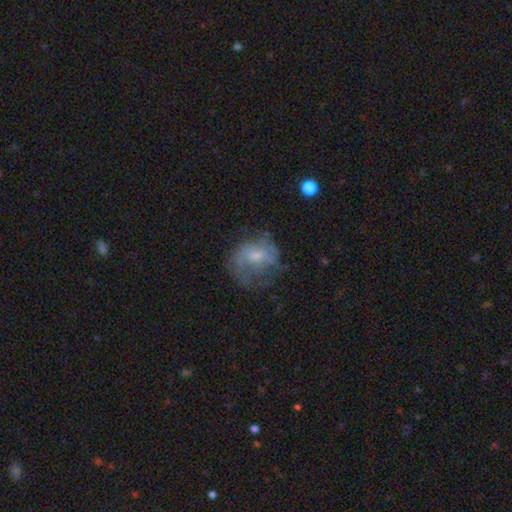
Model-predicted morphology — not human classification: This appears to be a featured or disk galaxy (51%). Merging: none (44%).